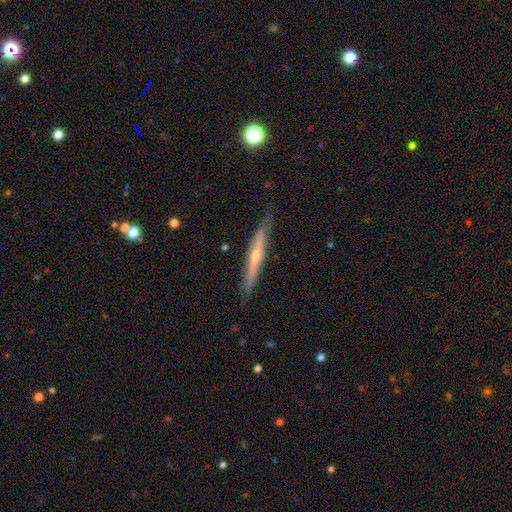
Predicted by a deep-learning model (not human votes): Overall: featured or disk (68%). Edge-on disk: yes (95%). Edge-on bulge: rounded (72%). Merging: none (84%).